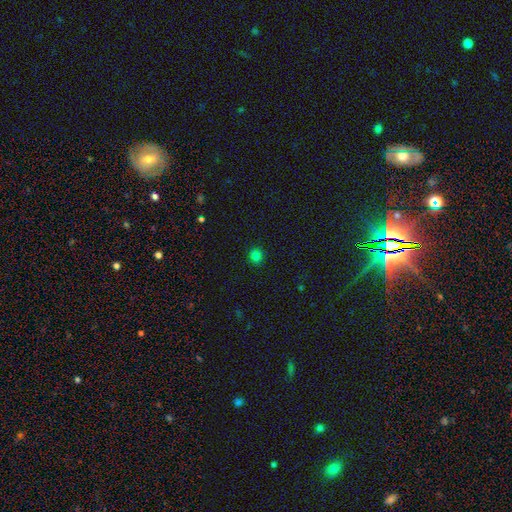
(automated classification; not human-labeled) This appears to be a smooth galaxy with no disk features (80%) that is round (83%). Merging: none (91%).